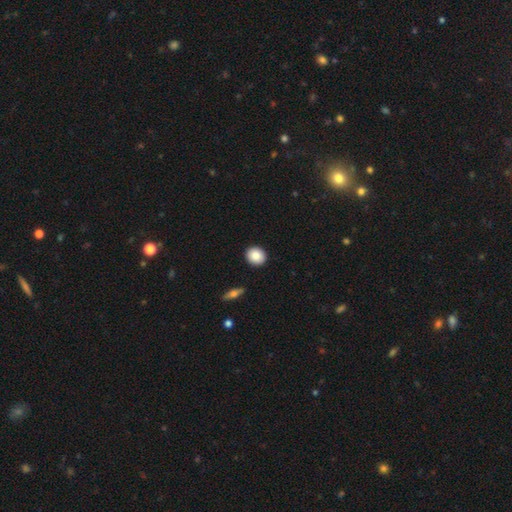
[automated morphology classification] smooth_or_featured: smooth (p=0.86) [alt: star or artifact p=0.08]
how_rounded: round (p=0.76) [alt: in between p=0.23]
merging: none (p=0.92) [alt: minor disturbance p=0.05]